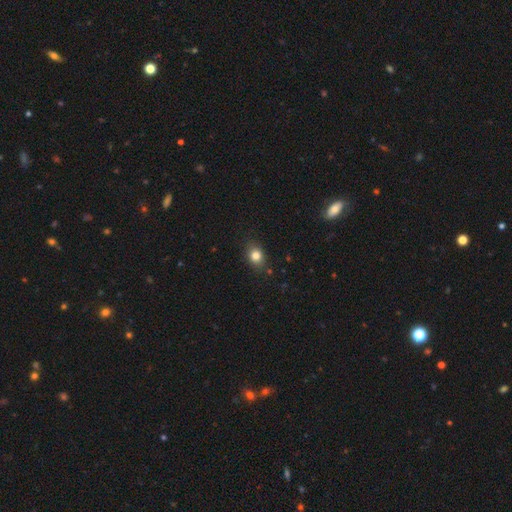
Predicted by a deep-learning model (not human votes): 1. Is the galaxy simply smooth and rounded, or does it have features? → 82% smooth, 11% star or artifact, 7% featured or disk.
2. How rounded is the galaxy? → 53% in between, 46% round, 1% cigar-shaped.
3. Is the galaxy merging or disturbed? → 83% none, 13% minor disturbance, 3% major disturbance, 1% merger.